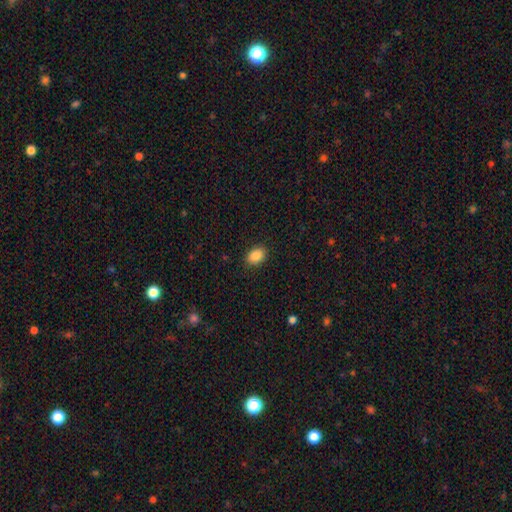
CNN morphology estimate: Smooth or featured? smooth (88%)
How rounded? in between (77%)
Merging? none (89%)